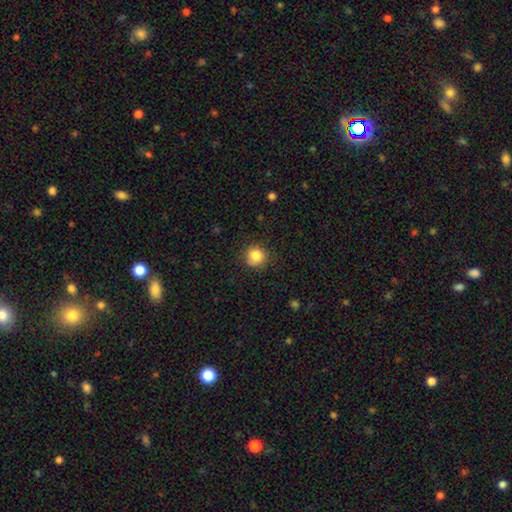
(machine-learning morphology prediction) smooth-or-featured: smooth: 85% | star or artifact: 10% | featured or disk: 5%
  how-rounded: round: 92% | in between: 7% | cigar-shaped: 1%
  merging: none: 86% | minor disturbance: 10% | major disturbance: 3% | merger: 1%